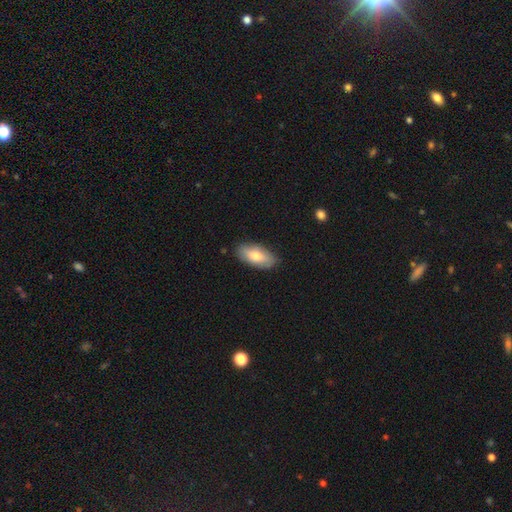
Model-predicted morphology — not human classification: This is likely a smooth galaxy (74%). How rounded: clearly in between (89%). Merging: clearly none (84%).